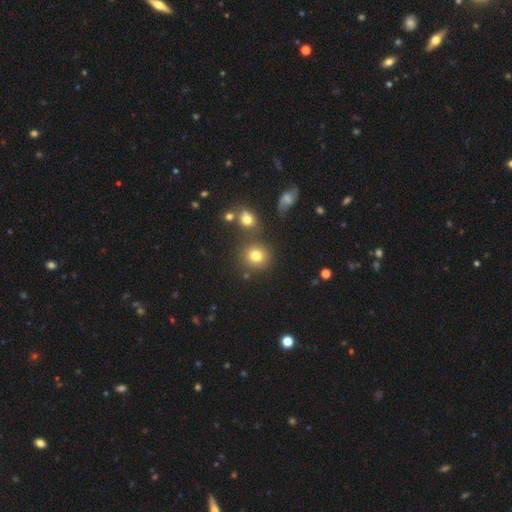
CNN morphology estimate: Smooth or featured? smooth (76%)
How rounded? round (88%)
Merging? none (75%)